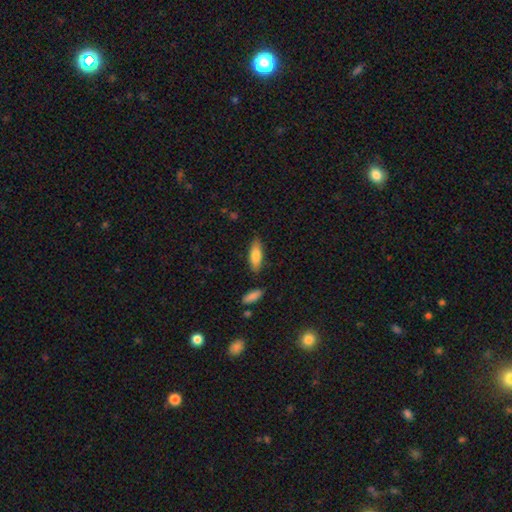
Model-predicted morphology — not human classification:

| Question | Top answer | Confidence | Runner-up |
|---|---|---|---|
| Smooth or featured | smooth | 79% | featured or disk (15%) |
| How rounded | in between | 64% | cigar-shaped (34%) |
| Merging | none | 82% | minor disturbance (12%) |